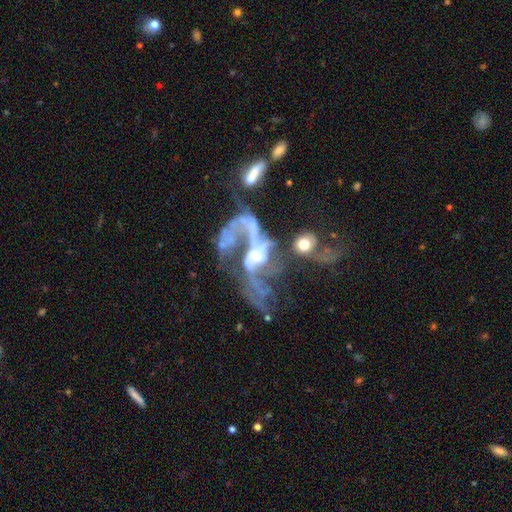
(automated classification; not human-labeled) A featured or disk galaxy (78%) with no bar (59%), 2 (53%) loose (73%) spiral arms (71%) and a moderate central bulge (55%).

Vote fractions:
- Smooth or featured? featured or disk: 78% / star or artifact: 11% / smooth: 10%
- Edge-on disk? no: 95% / yes: 5%
- Bar? no: 59% / weak: 26% / strong: 15%
- Spiral arms? yes: 71% / no: 29%
- Spiral winding? loose: 73% / medium: 21% / tight: 6%
- Spiral arm count? 2: 53% / can't tell: 19% / 1: 12% / 3: 8% / 4: 4% / more than 4: 4%
- Bulge size? moderate: 55% / small: 26% / large: 11% / none: 6% / dominant: 3%
- Merging? merger: 40% (tied) / major disturbance: 40% (tied) / none: 12% / minor disturbance: 8%